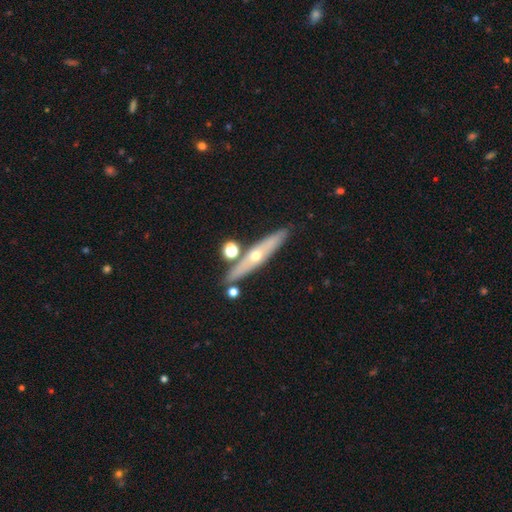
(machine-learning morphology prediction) Smooth or featured?
  - featured or disk: 57% *
  - smooth: 35%
  - star or artifact: 8%
Edge-on disk?
  - yes: 83% *
  - no: 17%
Merging?
  - none: 81% *
  - minor disturbance: 9%
  - merger: 7%
  - major disturbance: 2%